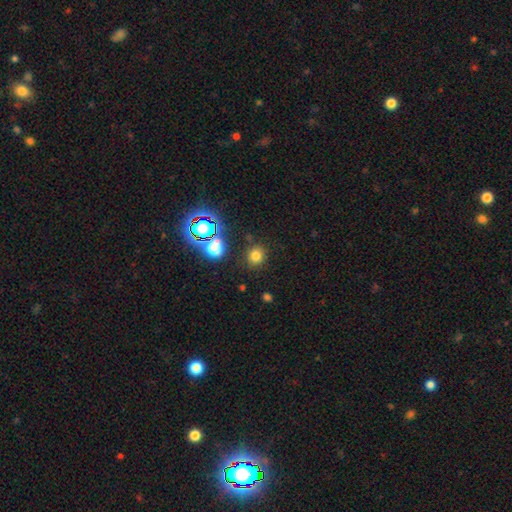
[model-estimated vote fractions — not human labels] Smooth or featured? Predicted: smooth (p=0.73). How rounded? Predicted: round (p=0.83). Merging? Predicted: none (p=0.85).